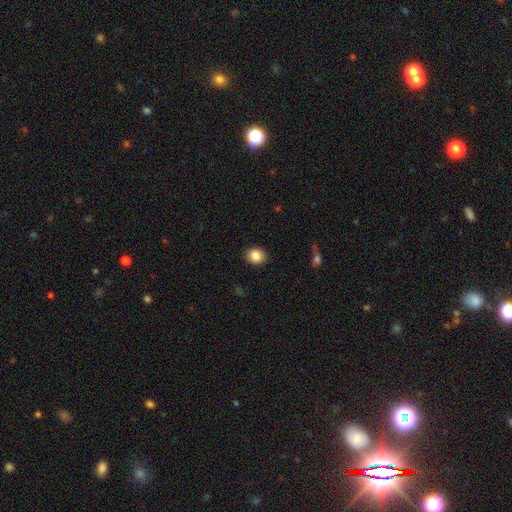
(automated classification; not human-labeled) Smooth or featured? Predicted: smooth (p=0.86). How rounded? Predicted: round (p=0.54). Merging? Predicted: none (p=0.90).